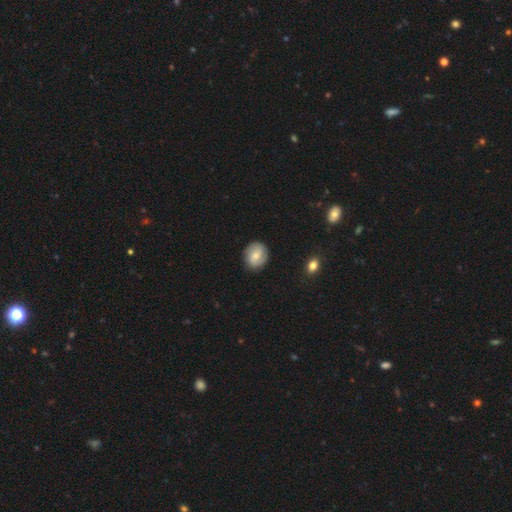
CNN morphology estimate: Smooth or featured? smooth (56%)
How rounded? round (78%)
Merging? none (86%)